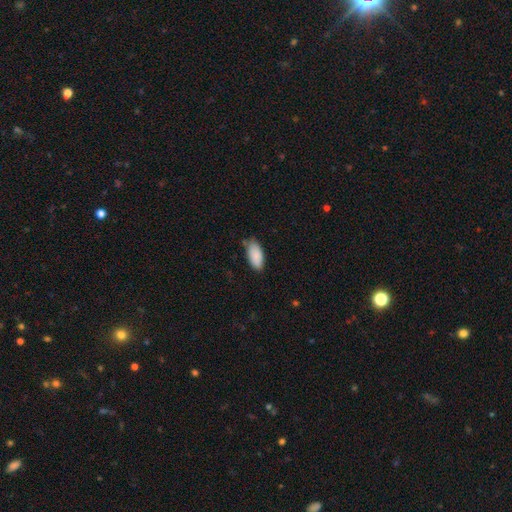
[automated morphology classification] Q: Smooth or featured?
A: smooth (88%); runner-up: star or artifact (6%)
Q: How rounded?
A: in between (91%); runner-up: cigar-shaped (7%)
Q: Merging?
A: none (67%); runner-up: minor disturbance (26%)